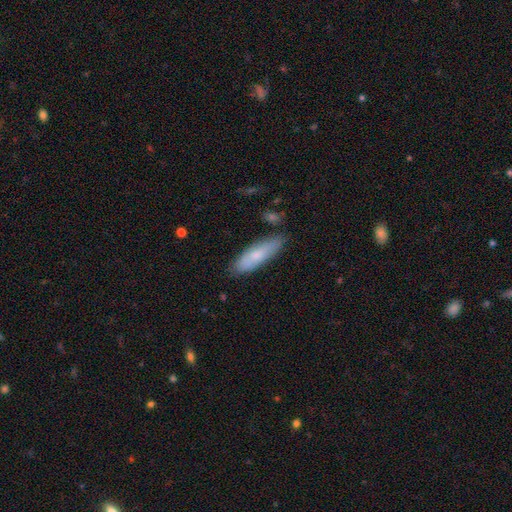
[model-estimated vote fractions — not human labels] A smooth galaxy with no disk features (75%) that is cigar-shaped (56%). Merging: none (81%).